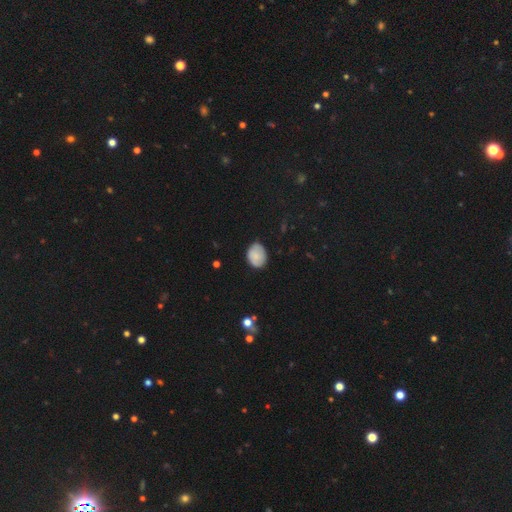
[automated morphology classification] Q: Smooth or featured?
A: smooth (76%); runner-up: featured or disk (15%)
Q: How rounded?
A: in between (62%); runner-up: round (37%)
Q: Merging?
A: none (76%); runner-up: minor disturbance (19%)